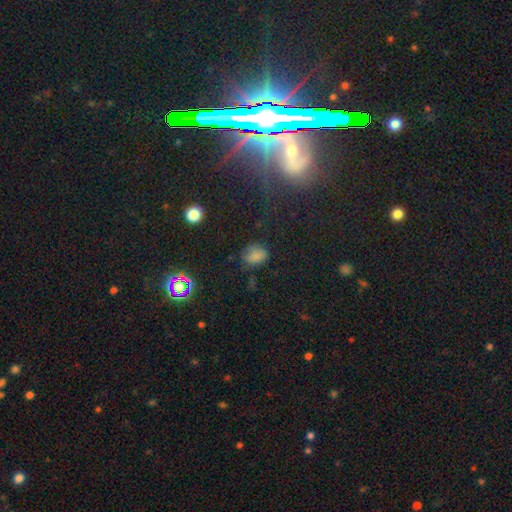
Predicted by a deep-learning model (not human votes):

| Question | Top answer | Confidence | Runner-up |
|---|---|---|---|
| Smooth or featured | smooth | 72% | star or artifact (19%) |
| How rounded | in between | 59% | round (40%) |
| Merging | none | 60% | minor disturbance (27%) |